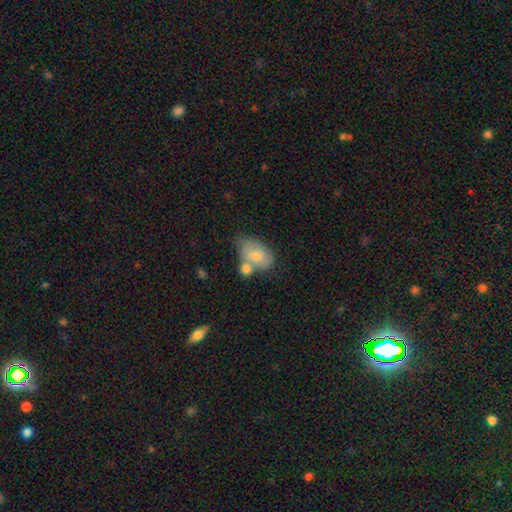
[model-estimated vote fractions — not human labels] This is likely a smooth galaxy (71%). How rounded: clearly in between (85%). Merging: marginally merger (43%).